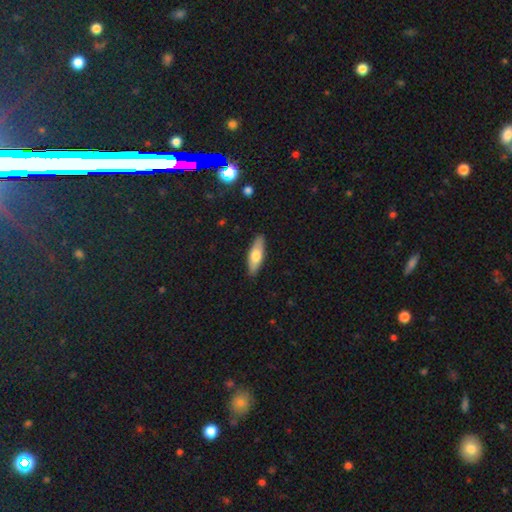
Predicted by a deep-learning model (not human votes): smooth-or-featured: smooth: 66% | featured or disk: 29% | star or artifact: 6%
  how-rounded: in between: 52% | cigar-shaped: 46% | round: 2%
  merging: none: 88% | minor disturbance: 9% | major disturbance: 2% | merger: 1%